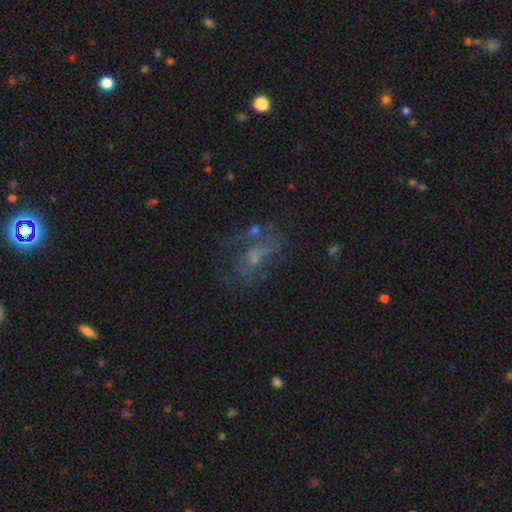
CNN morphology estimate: Q: Smooth or featured?
A: featured or disk (50%); runner-up: smooth (30%)
Q: Edge-on disk?
A: no (94%); runner-up: yes (6%)
Q: Merging?
A: none (43%); runner-up: major disturbance (31%)